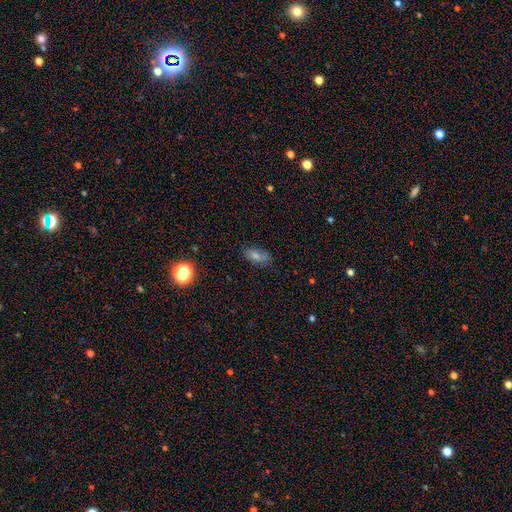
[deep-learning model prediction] smooth-or-featured: smooth: 52% | featured or disk: 29% | star or artifact: 19%
  how-rounded: in between: 81% | round: 10% | cigar-shaped: 9%
  merging: none: 78% | minor disturbance: 16% | major disturbance: 4% | merger: 2%